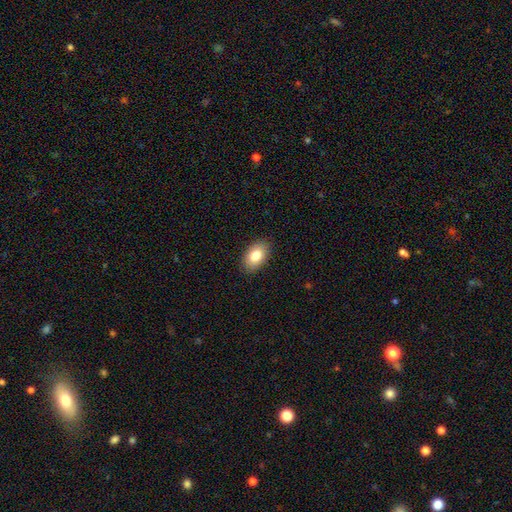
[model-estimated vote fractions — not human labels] Smooth or featured? Predicted: smooth (p=0.81). How rounded? Predicted: in between (p=0.92). Merging? Predicted: none (p=0.88).